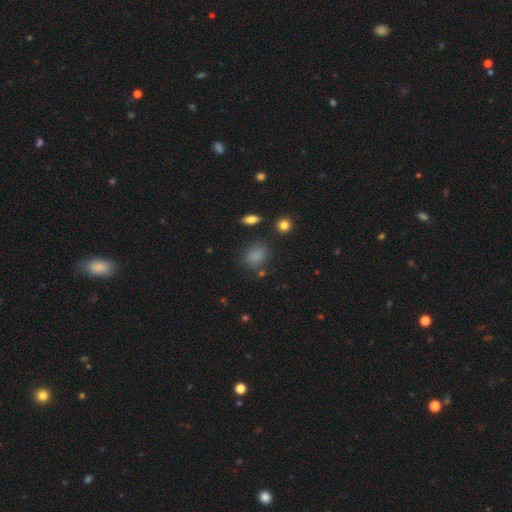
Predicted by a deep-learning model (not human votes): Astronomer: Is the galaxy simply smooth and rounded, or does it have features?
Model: smooth — 81%.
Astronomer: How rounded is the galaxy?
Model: round — 50% (runner-up: in between, 48%).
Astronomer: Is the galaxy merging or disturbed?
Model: none — 76%.